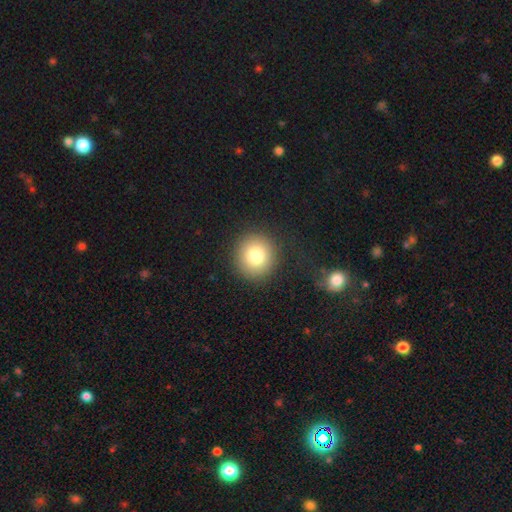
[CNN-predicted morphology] Overall: smooth (81%). How rounded: round (92%). Merging: none (89%).